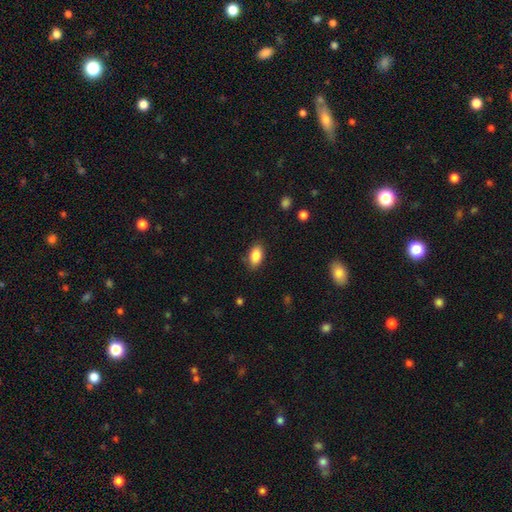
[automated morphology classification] A smooth galaxy with no disk features (87%) that is in between round and cigar-shaped (91%).

Vote fractions:
- Smooth or featured? smooth: 87% / star or artifact: 8% / featured or disk: 6%
- How rounded? in between: 91% / round: 6% / cigar-shaped: 3%
- Merging? none: 84% / minor disturbance: 12% / major disturbance: 3% / merger: 1%